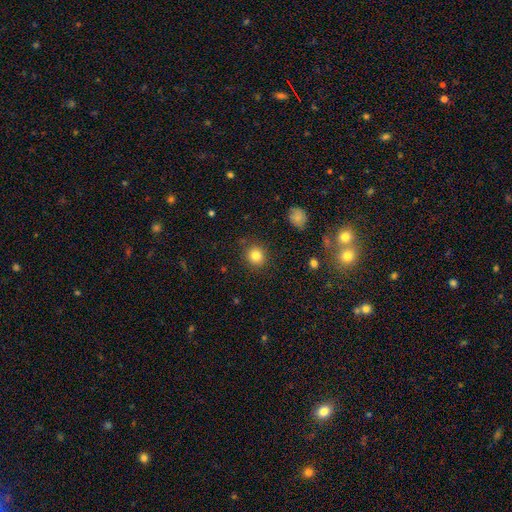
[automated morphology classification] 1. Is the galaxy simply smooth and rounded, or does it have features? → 83% smooth, 11% star or artifact, 6% featured or disk.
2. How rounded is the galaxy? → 88% round, 11% in between, 1% cigar-shaped.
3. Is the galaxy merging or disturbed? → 88% none, 8% minor disturbance, 3% major disturbance, 1% merger.